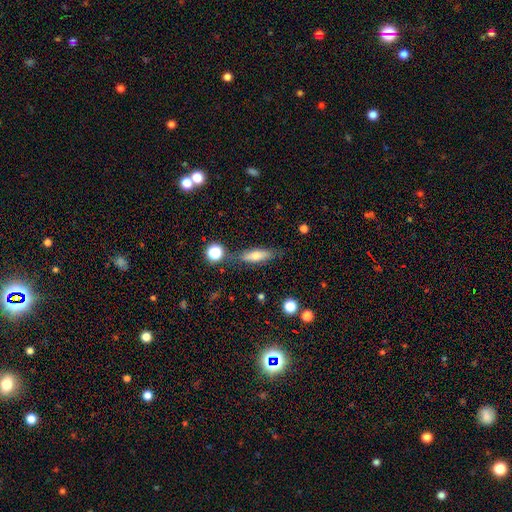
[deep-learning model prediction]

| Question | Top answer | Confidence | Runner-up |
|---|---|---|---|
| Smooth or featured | smooth | 66% | featured or disk (26%) |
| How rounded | in between | 52% | cigar-shaped (44%) |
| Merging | none | 74% | minor disturbance (16%) |